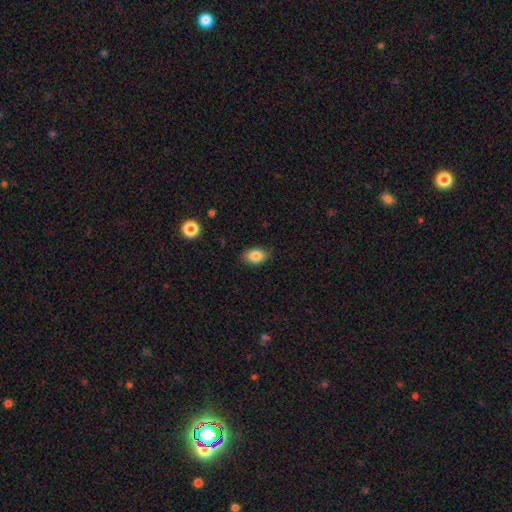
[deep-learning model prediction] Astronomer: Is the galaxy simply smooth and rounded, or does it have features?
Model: smooth — 85%.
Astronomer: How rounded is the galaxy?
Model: in between — 86%.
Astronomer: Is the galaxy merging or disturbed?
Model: none — 84%.